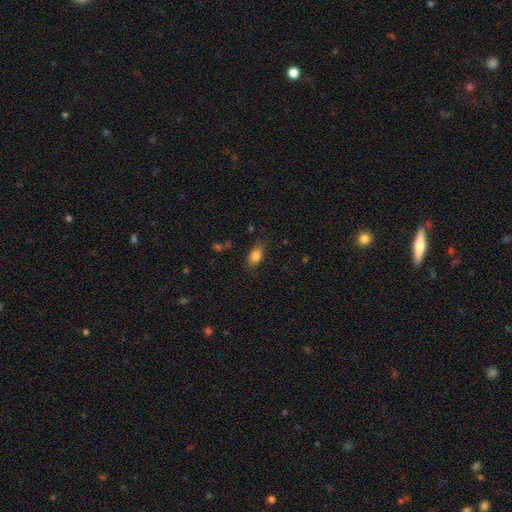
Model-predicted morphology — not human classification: smooth-or-featured: smooth: 84% | star or artifact: 9% | featured or disk: 7%
  how-rounded: in between: 87% | round: 8% | cigar-shaped: 4%
  merging: none: 79% | minor disturbance: 15% | major disturbance: 4% | merger: 2%